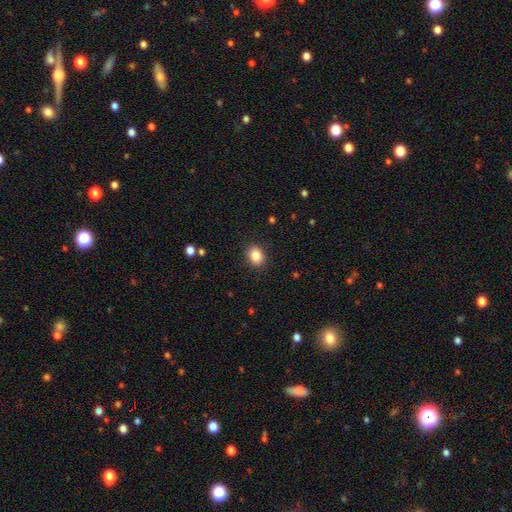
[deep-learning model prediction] Smooth or featured: smooth — 86% (star or artifact — 9%)
How rounded: round — 51% (in between — 48%)
Merging: none — 89% (minor disturbance — 8%)